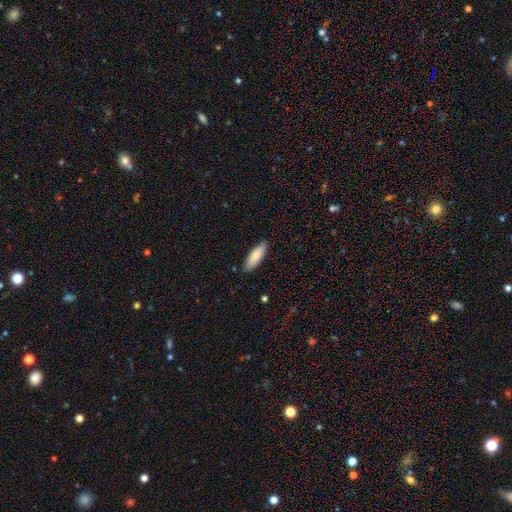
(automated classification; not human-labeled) Morphology: type=smooth (84%); roundness=in between (51%); merging=none (86%).